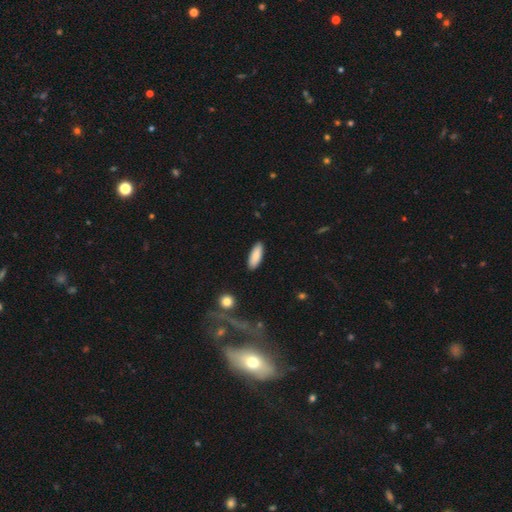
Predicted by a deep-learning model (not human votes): smooth_or_featured: smooth (p=0.87) [alt: featured or disk p=0.07]
how_rounded: in between (p=0.63) [alt: cigar-shaped p=0.35]
merging: none (p=0.89) [alt: minor disturbance p=0.08]